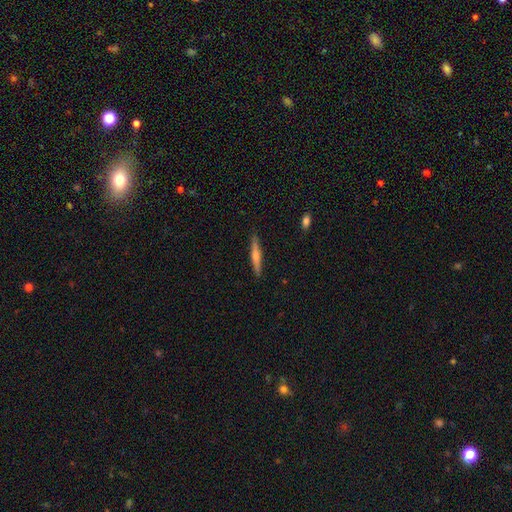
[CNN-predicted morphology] smooth_or_featured: featured or disk (p=0.54) [alt: smooth p=0.40]
disk_edge_on: yes (p=0.97) [alt: no p=0.03]
edge_on_bulge: rounded (p=0.78) [alt: none p=0.16]
merging: none (p=0.91) [alt: minor disturbance p=0.07]